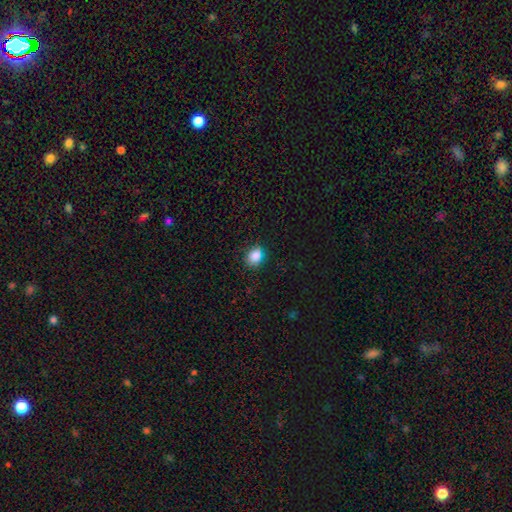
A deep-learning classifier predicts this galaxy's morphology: The model was most divided on "how rounded": round: 51%, in between: 48%, cigar-shaped: 1%. More confident: smooth or featured — smooth (82%); merging — none (81%).